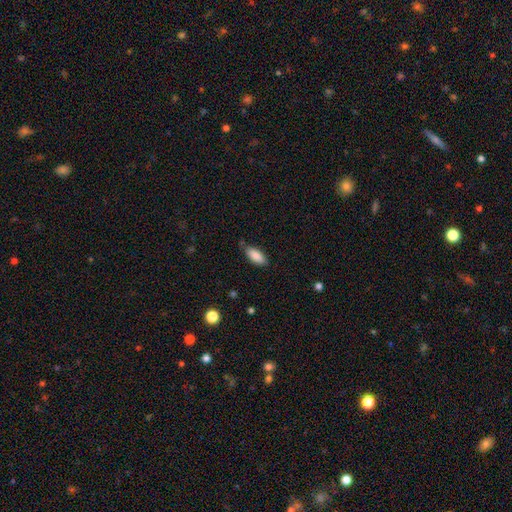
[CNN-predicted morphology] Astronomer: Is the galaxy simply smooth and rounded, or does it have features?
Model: smooth — 87%.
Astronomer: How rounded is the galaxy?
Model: in between — 83%.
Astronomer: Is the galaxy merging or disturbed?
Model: none — 76%.